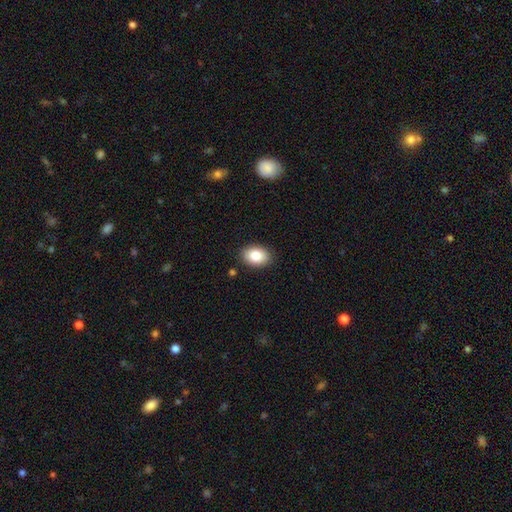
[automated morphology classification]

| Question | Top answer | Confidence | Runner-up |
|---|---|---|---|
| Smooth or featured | smooth | 84% | featured or disk (8%) |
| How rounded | in between | 82% | round (17%) |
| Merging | none | 87% | minor disturbance (9%) |